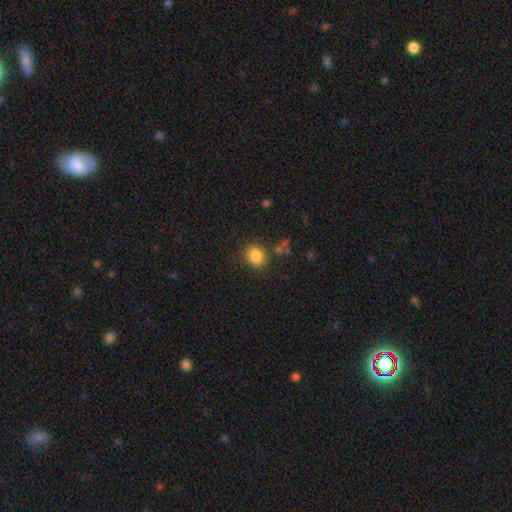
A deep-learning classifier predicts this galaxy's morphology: This appears to be a smooth galaxy with no disk features (84%) that is round (76%). Merging: none (82%).